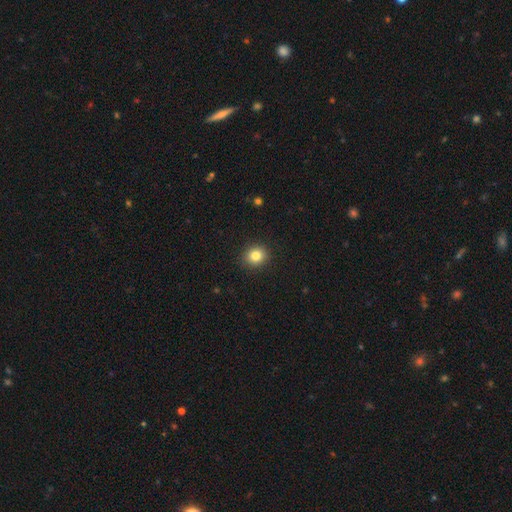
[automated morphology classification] smooth-or-featured: smooth: 83% | star or artifact: 11% | featured or disk: 6%
  how-rounded: round: 82% | in between: 17% | cigar-shaped: 1%
  merging: none: 91% | minor disturbance: 6% | major disturbance: 2% | merger: 1%